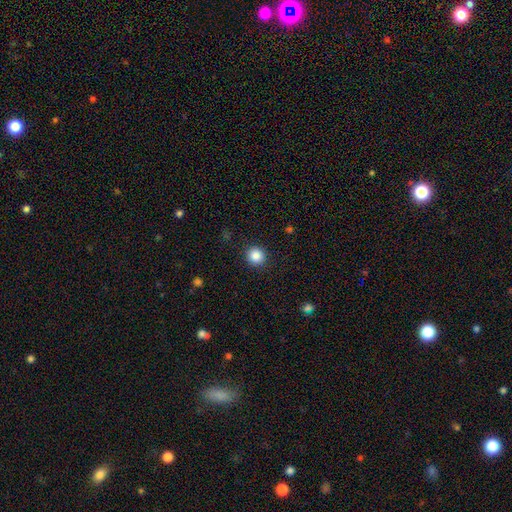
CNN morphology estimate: Smooth or featured? Predicted: smooth (p=0.86). How rounded? Predicted: round (p=0.93). Merging? Predicted: none (p=0.91).